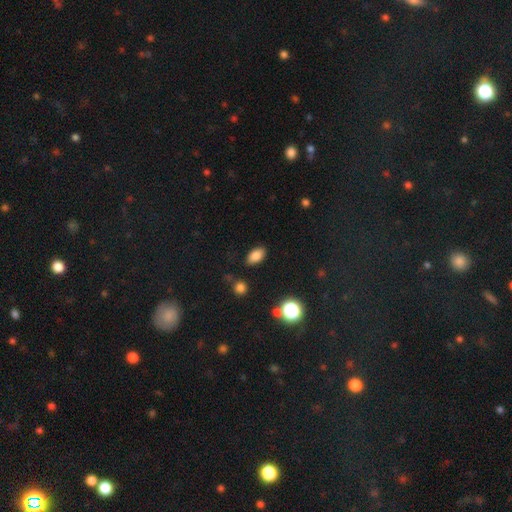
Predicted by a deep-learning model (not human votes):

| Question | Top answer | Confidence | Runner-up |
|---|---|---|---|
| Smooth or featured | smooth | 82% | star or artifact (11%) |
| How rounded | in between | 90% | round (7%) |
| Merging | none | 85% | minor disturbance (11%) |